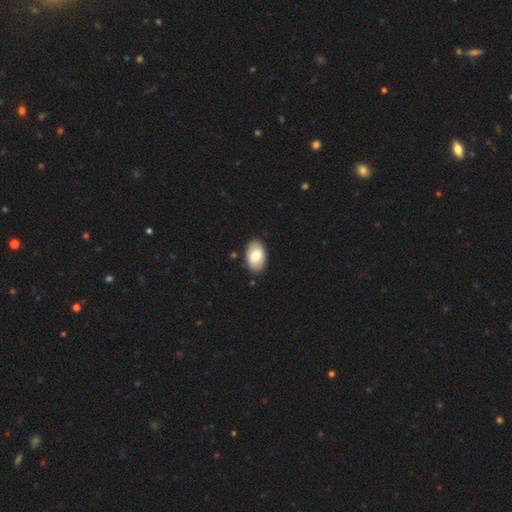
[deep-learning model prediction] Smooth or featured?
  - smooth: 80% *
  - featured or disk: 15%
  - star or artifact: 6%
How rounded?
  - in between: 94% *
  - round: 5%
  - cigar-shaped: 1%
Merging?
  - none: 87% *
  - minor disturbance: 10%
  - major disturbance: 2%
  - merger: 2%